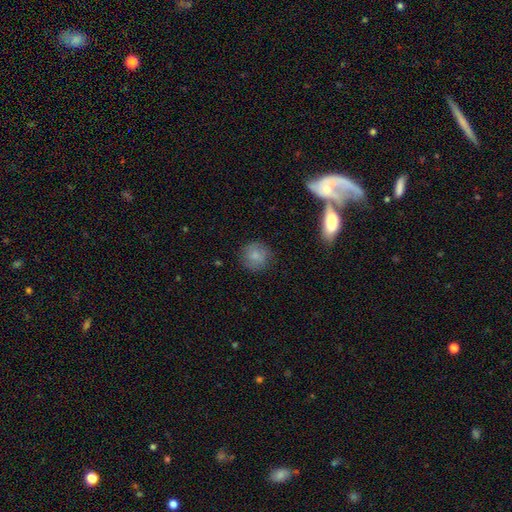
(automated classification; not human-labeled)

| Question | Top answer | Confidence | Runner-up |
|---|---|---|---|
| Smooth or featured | smooth | 81% | featured or disk (10%) |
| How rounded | round | 90% | in between (9%) |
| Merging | none | 82% | minor disturbance (13%) |